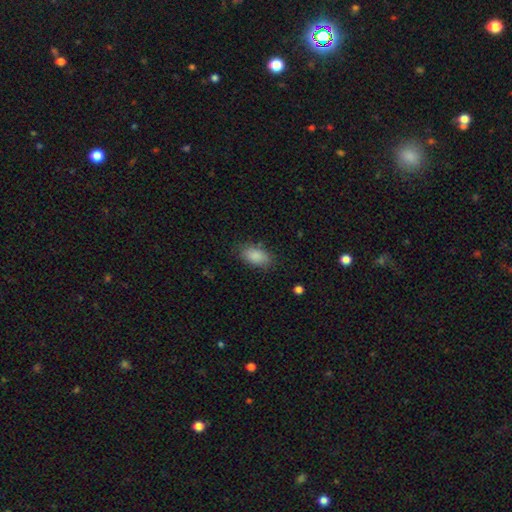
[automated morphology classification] This is clearly a smooth galaxy (88%). How rounded: clearly in between (92%). Merging: likely none (80%).